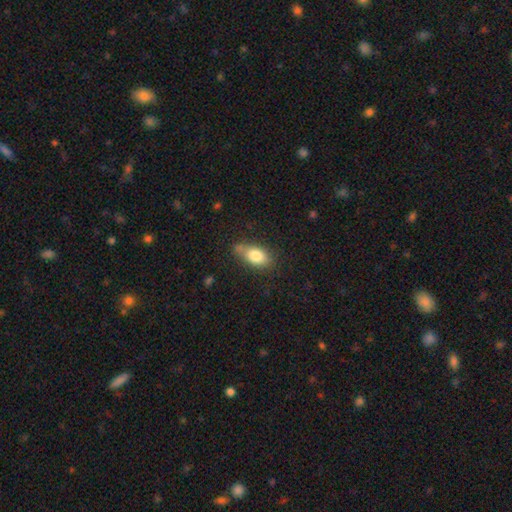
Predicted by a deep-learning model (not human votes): This is likely a smooth galaxy (80%). How rounded: clearly in between (86%). Merging: likely none (63%).